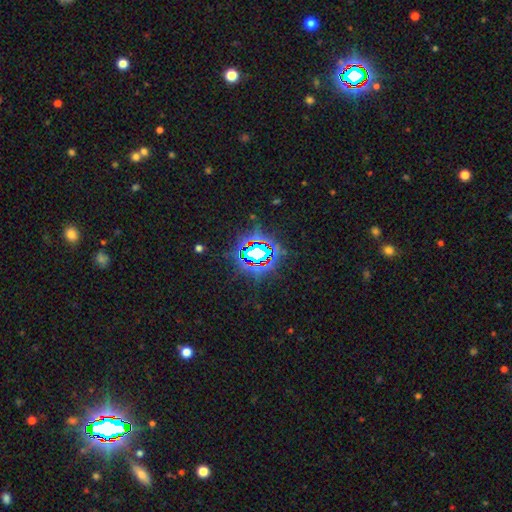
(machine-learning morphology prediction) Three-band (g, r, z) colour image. It shows a star or artifact, not a galaxy (78%).